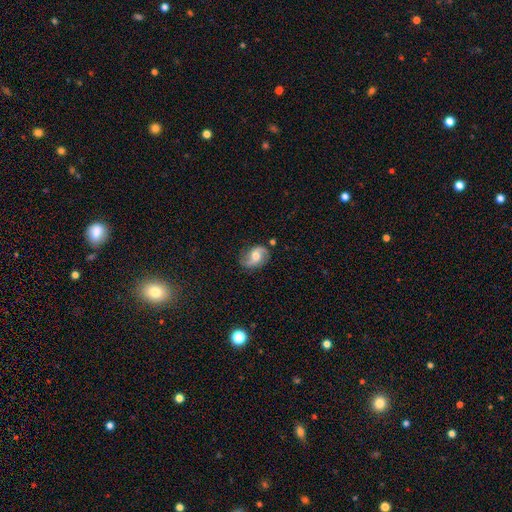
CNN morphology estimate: Smooth or featured: featured or disk — 76% (smooth — 17%)
Edge-on disk: no — 97% (yes — 3%)
Bar: no — 51% (weak — 38%)
Spiral arms: yes — 94% (no — 6%)
Spiral winding: loose — 60% (medium — 30%)
Spiral arm count: 2 — 91% (can't tell — 3%)
Bulge size: moderate — 70% (small — 18%)
Merging: none — 78% (minor disturbance — 15%)